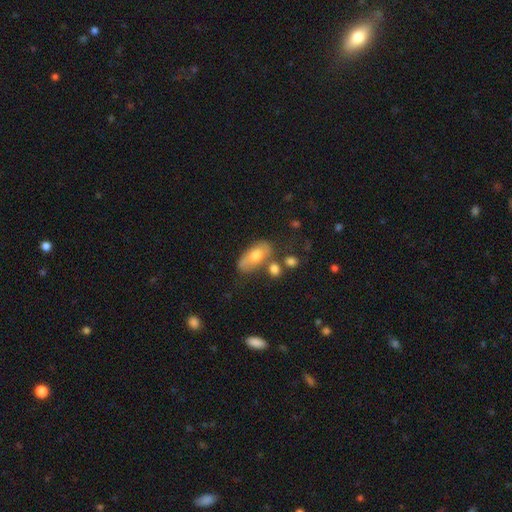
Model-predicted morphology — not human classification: smooth 62%, featured or disk 30%, star or artifact 7%. Down the decision tree: how rounded — in between (88%); merging — none (54%).